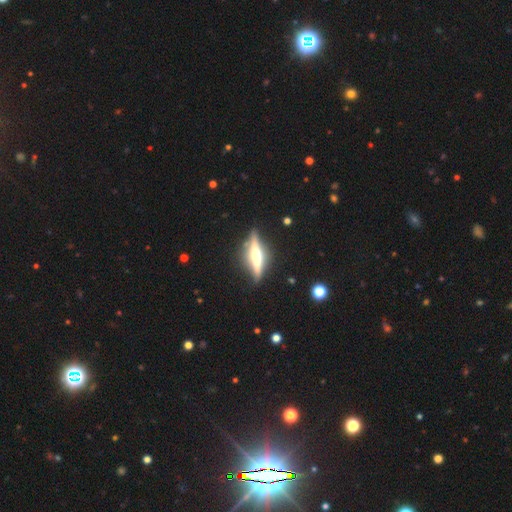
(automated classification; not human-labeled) Overall: featured or disk (74%). Edge-on disk: yes (95%). Edge-on bulge: rounded (82%). Merging: none (83%).